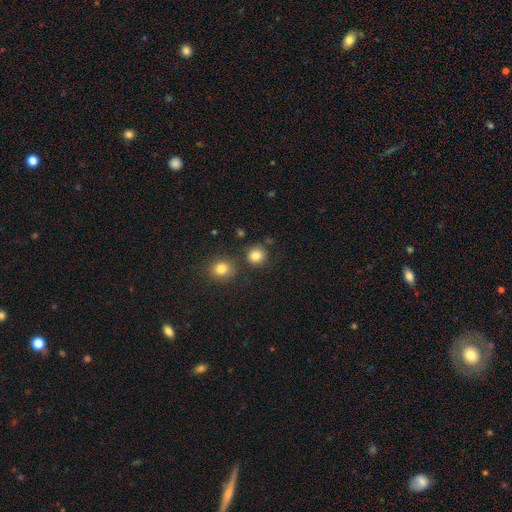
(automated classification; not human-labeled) Smooth or featured: smooth — 83% (star or artifact — 12%)
How rounded: round — 90% (in between — 9%)
Merging: none — 80% (minor disturbance — 9%)